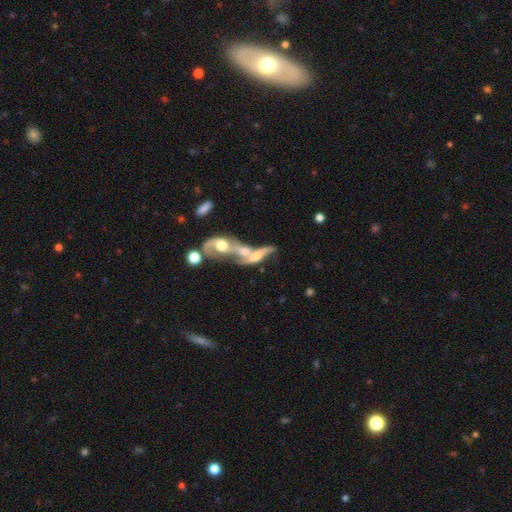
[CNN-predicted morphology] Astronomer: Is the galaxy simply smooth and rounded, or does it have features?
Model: featured or disk — 67%.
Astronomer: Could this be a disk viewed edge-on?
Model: no — 80%.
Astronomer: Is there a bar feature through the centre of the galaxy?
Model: no — 65%.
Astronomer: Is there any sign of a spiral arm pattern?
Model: yes — 70%.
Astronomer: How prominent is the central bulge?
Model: moderate — 51%.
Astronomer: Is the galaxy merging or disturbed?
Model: merger — 81%.